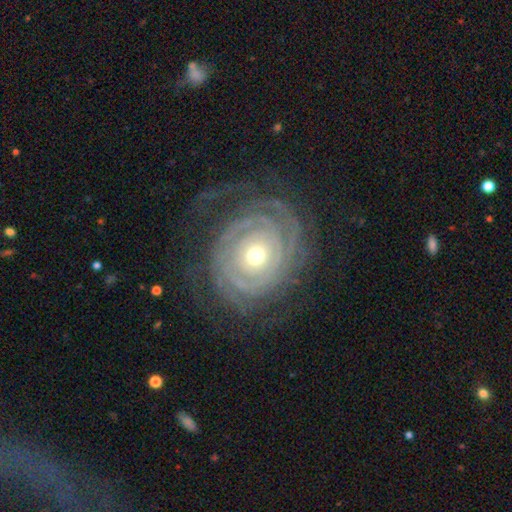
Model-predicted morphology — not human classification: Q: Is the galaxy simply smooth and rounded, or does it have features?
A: featured or disk — 85%.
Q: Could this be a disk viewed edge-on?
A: no — 96%.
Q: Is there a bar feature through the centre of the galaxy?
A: no — 82%.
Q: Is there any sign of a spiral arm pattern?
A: yes — 91%.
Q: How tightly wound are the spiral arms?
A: tight — 78%.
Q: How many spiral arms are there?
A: can't tell — 37%.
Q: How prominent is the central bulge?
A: moderate — 54%.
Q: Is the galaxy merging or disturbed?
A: none — 67%.